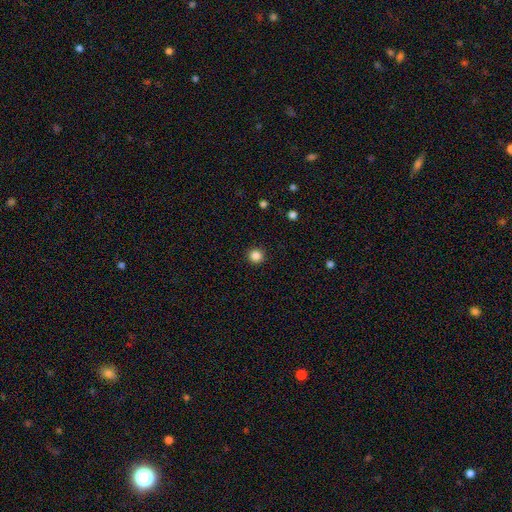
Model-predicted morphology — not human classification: Smooth or featured? smooth (86%)
How rounded? round (95%)
Merging? none (93%)